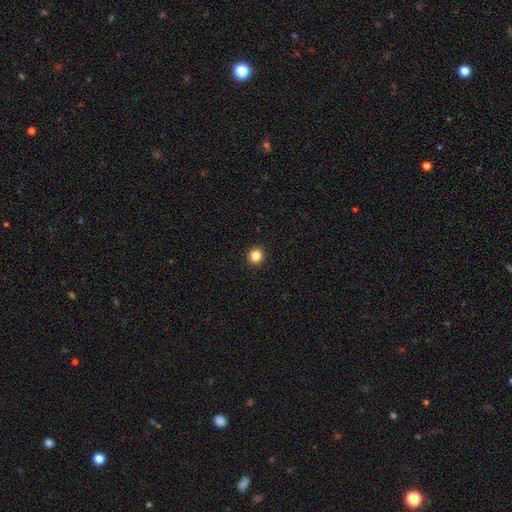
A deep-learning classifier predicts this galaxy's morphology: smooth-or-featured: smooth: 85% | star or artifact: 11% | featured or disk: 4%
  how-rounded: round: 93% | in between: 6% | cigar-shaped: 1%
  merging: none: 94% | minor disturbance: 4% | major disturbance: 1% | merger: 1%